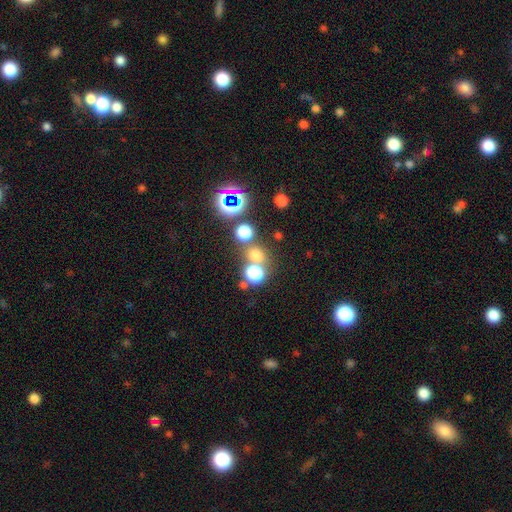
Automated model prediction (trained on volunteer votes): Smooth or featured: smooth — 65% (star or artifact — 27%)
How rounded: round — 83% (in between — 16%)
Merging: none — 64% (merger — 25%)